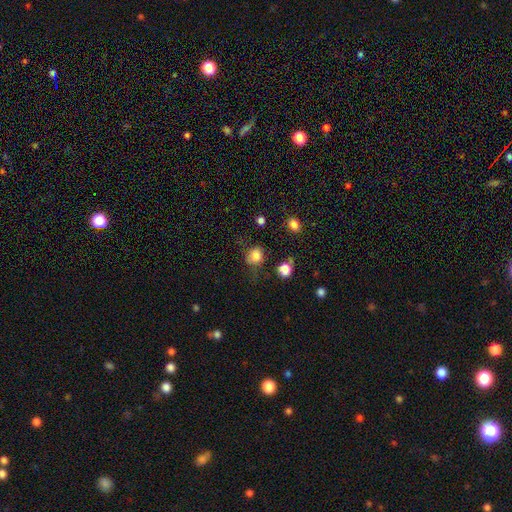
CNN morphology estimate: type=smooth (81%); roundness=round (69%); merging=none (59%).